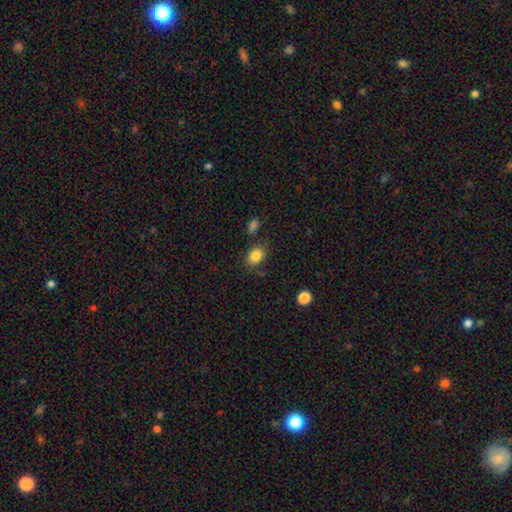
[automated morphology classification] Q: Smooth or featured?
A: smooth (84%); runner-up: star or artifact (9%)
Q: How rounded?
A: in between (72%); runner-up: round (27%)
Q: Merging?
A: none (74%); runner-up: minor disturbance (17%)